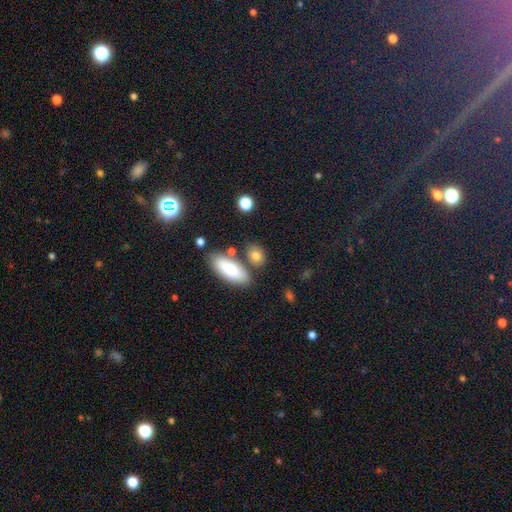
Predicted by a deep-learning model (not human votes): Q: Smooth or featured?
A: smooth (78%); runner-up: featured or disk (13%)
Q: How rounded?
A: in between (72%); runner-up: round (22%)
Q: Merging?
A: none (68%); runner-up: merger (15%)